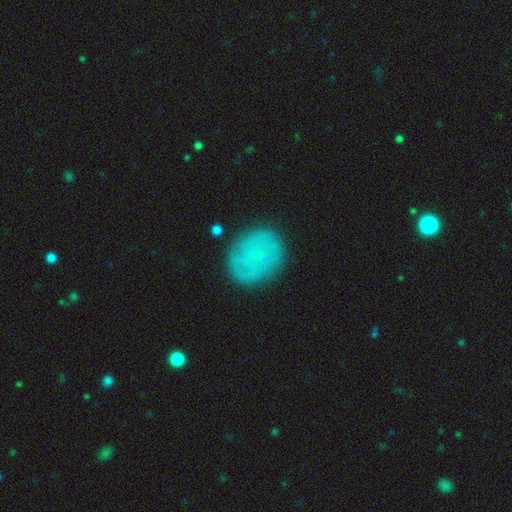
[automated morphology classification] smooth-or-featured: smooth: 60% | featured or disk: 28% | star or artifact: 12%
  how-rounded: round: 71% | in between: 28% | cigar-shaped: 1%
  merging: none: 80% | minor disturbance: 14% | major disturbance: 5% | merger: 2%